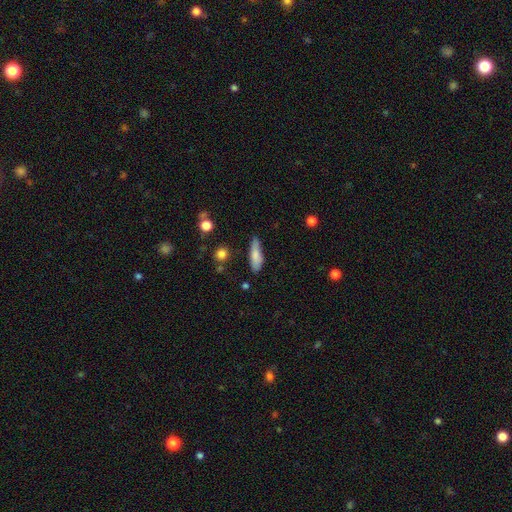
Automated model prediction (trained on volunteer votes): This appears to be a smooth galaxy with no disk features (79%) that is cigar-shaped (55%). Merging: none (68%).